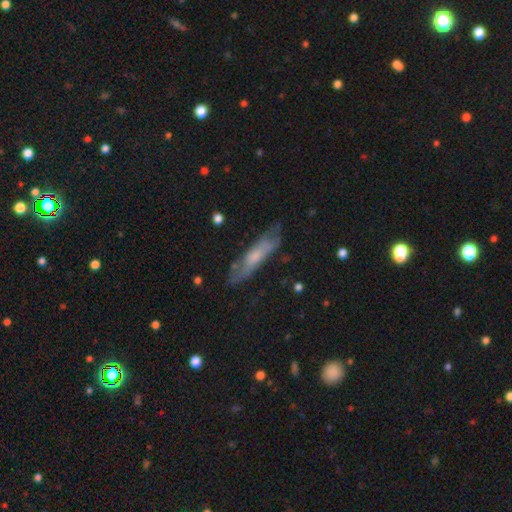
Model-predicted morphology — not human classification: Smooth or featured? Predicted: smooth (p=0.46, tied with featured or disk). Merging? Predicted: none (p=0.65).